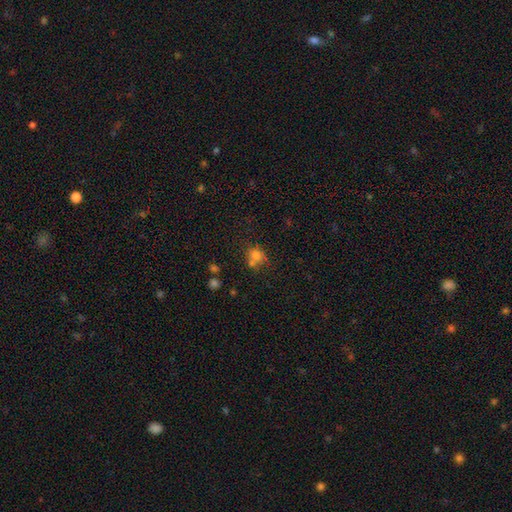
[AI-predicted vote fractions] smooth 72%, star or artifact 16%, featured or disk 12%. Down the decision tree: how rounded — round (75%); merging — none (49%).